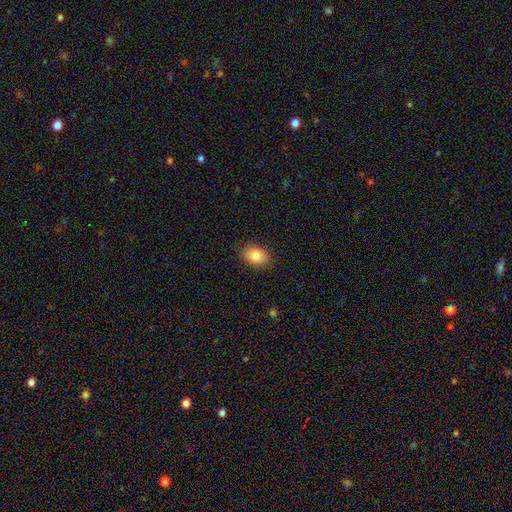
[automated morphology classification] smooth-or-featured: smooth: 85% | star or artifact: 8% | featured or disk: 6%
  how-rounded: in between: 75% | round: 24% | cigar-shaped: 1%
  merging: none: 86% | minor disturbance: 10% | major disturbance: 3% | merger: 1%